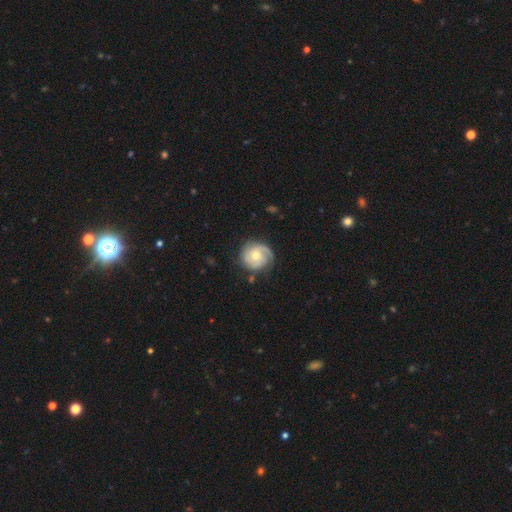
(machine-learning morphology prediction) smooth_or_featured: featured or disk (p=0.73) [alt: smooth p=0.21]
disk_edge_on: no (p=0.98) [alt: yes p=0.02]
bar: no (p=0.72) [alt: weak p=0.25]
has_spiral_arms: yes (p=0.94) [alt: no p=0.06]
spiral_winding: tight (p=0.56) [alt: medium p=0.33]
spiral_arm_count: 2 (p=0.53) [alt: 3 p=0.15]
bulge_size: moderate (p=0.63) [alt: small p=0.31]
merging: none (p=0.76) [alt: minor disturbance p=0.17]